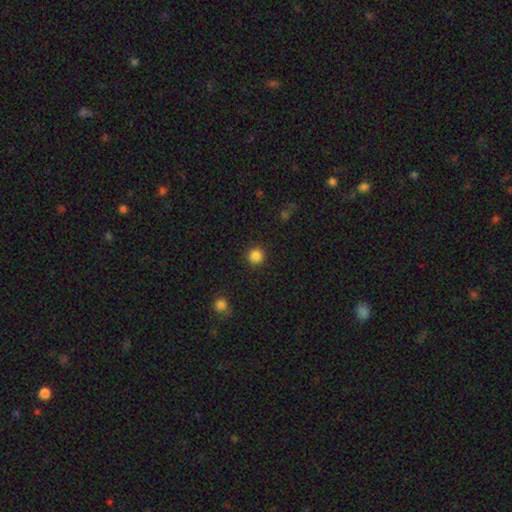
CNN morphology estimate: Overall: smooth (86%). How rounded: round (95%). Merging: none (92%).